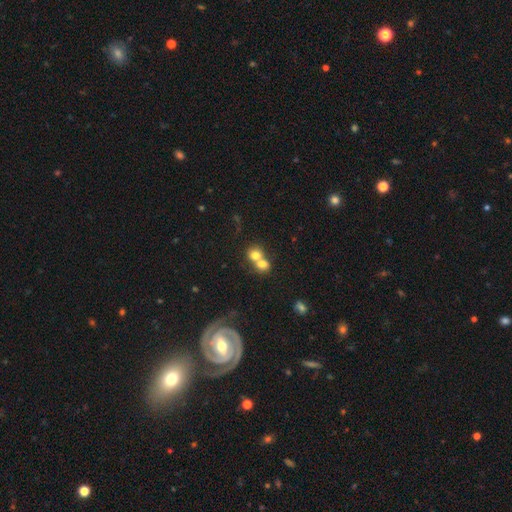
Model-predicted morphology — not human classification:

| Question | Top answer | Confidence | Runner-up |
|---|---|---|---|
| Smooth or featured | smooth | 73% | featured or disk (16%) |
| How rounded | round | 73% | in between (26%) |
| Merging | merger | 66% | none (26%) |